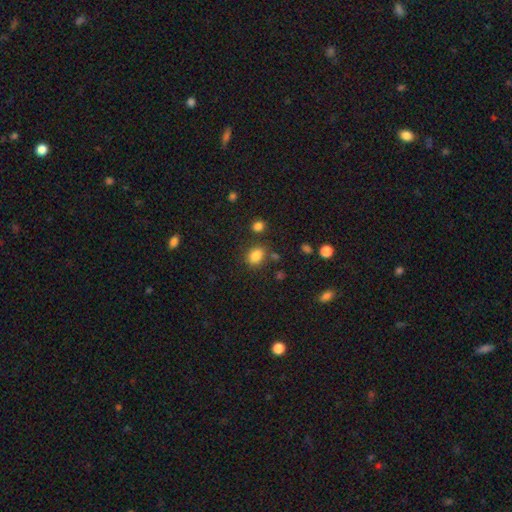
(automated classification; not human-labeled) Smooth or featured? Predicted: smooth (p=0.84). How rounded? Predicted: in between (p=0.65). Merging? Predicted: none (p=0.73).